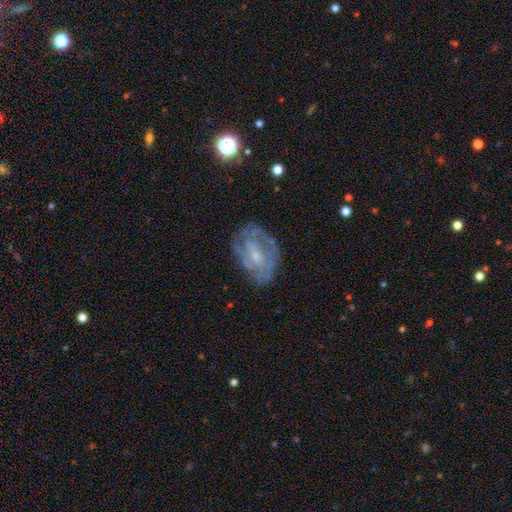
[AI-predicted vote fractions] smooth-or-featured: featured or disk: 72% | smooth: 20% | star or artifact: 8%
  disk-edge-on: no: 97% | yes: 3%
    bar: no: 57% | weak: 35% | strong: 7%
    has-spiral-arms: yes: 72% | no: 28%
      spiral-winding: tight: 52% | medium: 35% | loose: 13%
      spiral-arm-count: can't tell: 50% | 2: 22% | 3: 13% | 4: 6% | 1: 5% | more than 4: 4%
    bulge-size: small: 62% | moderate: 27% | none: 9% | large: 2% | dominant: 1%
  merging: none: 65% | minor disturbance: 22% | major disturbance: 12% | merger: 2%